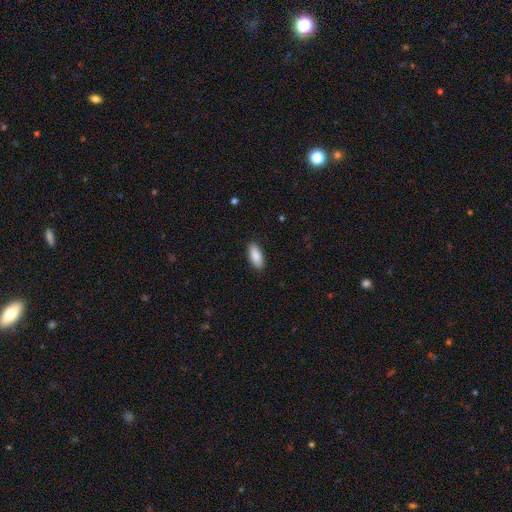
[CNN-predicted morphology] Smooth or featured? Predicted: smooth (p=0.89). How rounded? Predicted: in between (p=0.84). Merging? Predicted: none (p=0.89).